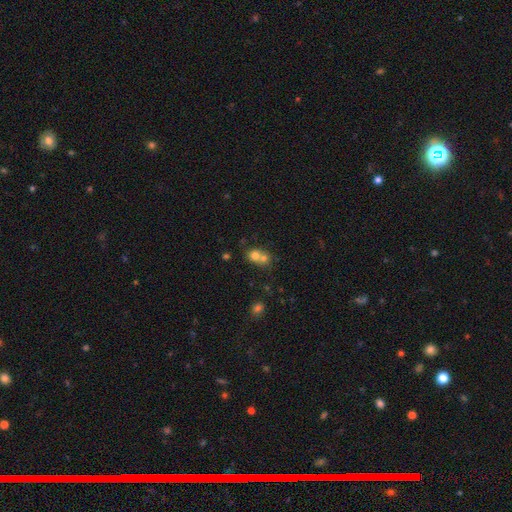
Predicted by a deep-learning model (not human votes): This appears to be a smooth galaxy with no disk features (71%) that is round (75%). Merging: merger (62%).